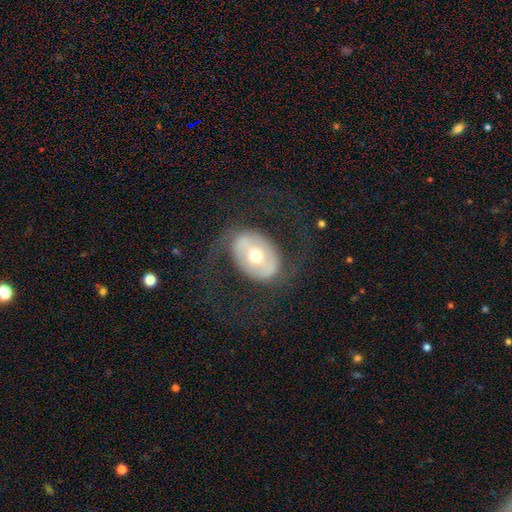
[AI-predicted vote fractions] This appears to be a featured or disk galaxy (67%) with no bar (47%), spiral arms (59%) and a moderate central bulge (69%). Merging: none (67%).